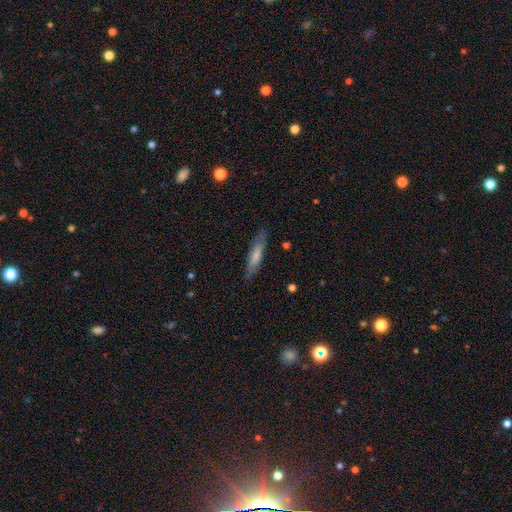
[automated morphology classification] smooth 65%, featured or disk 29%, star or artifact 6%. Down the decision tree: how rounded — cigar-shaped (80%); merging — none (82%).